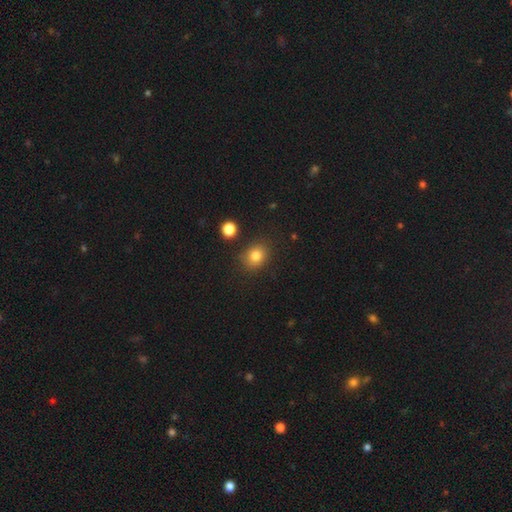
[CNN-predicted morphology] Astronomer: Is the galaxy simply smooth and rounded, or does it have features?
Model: smooth — 82%.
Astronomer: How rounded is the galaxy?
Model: round — 63%.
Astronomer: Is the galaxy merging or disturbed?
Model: none — 82%.